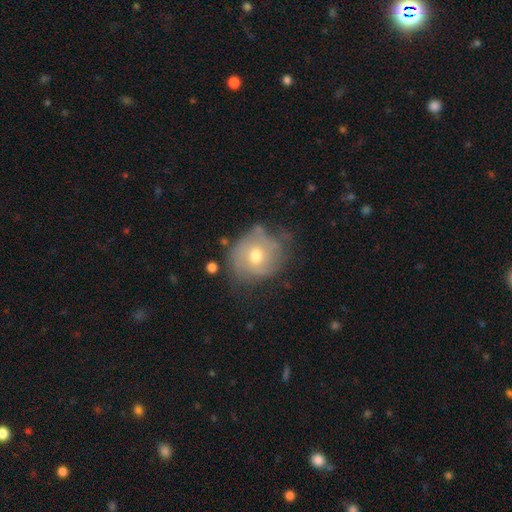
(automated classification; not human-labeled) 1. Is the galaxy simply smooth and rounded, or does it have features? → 49% featured or disk, 41% smooth, 9% star or artifact.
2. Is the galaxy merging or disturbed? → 54% none, 29% minor disturbance, 13% major disturbance, 3% merger.